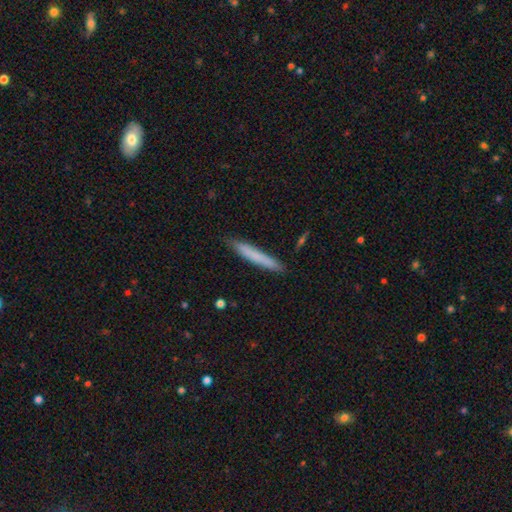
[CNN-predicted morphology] The model was most divided on "smooth or featured": smooth: 73%, featured or disk: 21%, star or artifact: 6%. More confident: how rounded — cigar-shaped (95%); merging — none (86%).